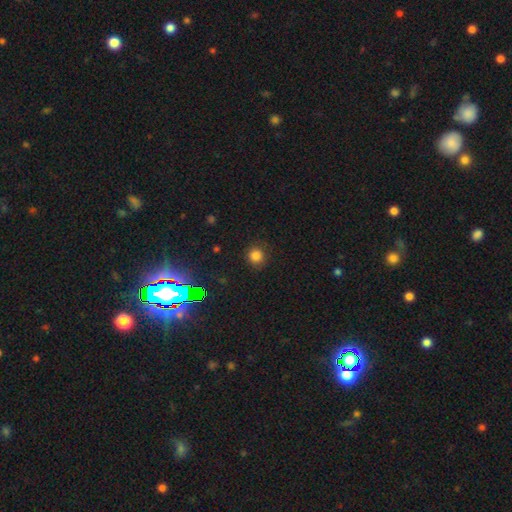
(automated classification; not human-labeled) Smooth or featured: smooth — 79% (star or artifact — 16%)
How rounded: round — 92% (in between — 7%)
Merging: none — 87% (minor disturbance — 9%)